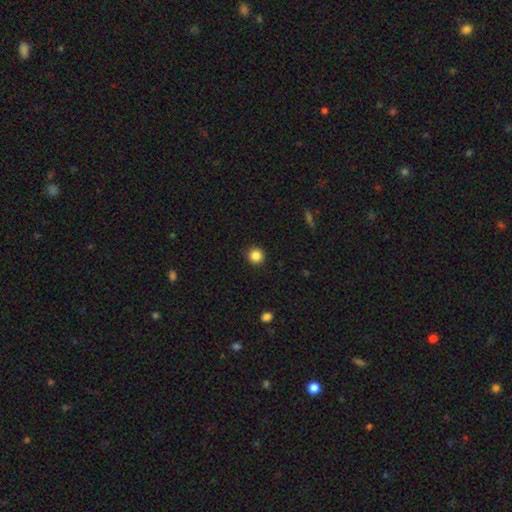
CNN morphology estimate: Smooth or featured?
  - smooth: 85% *
  - star or artifact: 11%
  - featured or disk: 4%
How rounded?
  - round: 94% *
  - in between: 5%
  - cigar-shaped: 1%
Merging?
  - none: 91% *
  - minor disturbance: 6%
  - major disturbance: 2%
  - merger: 1%